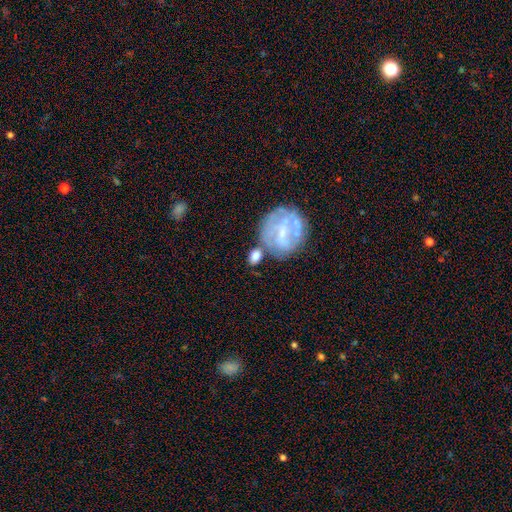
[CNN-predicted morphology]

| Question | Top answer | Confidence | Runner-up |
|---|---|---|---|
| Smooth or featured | smooth | 50% | featured or disk (41%) |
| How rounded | round | 53% | in between (45%) |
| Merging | none | 53% | minor disturbance (19%) |